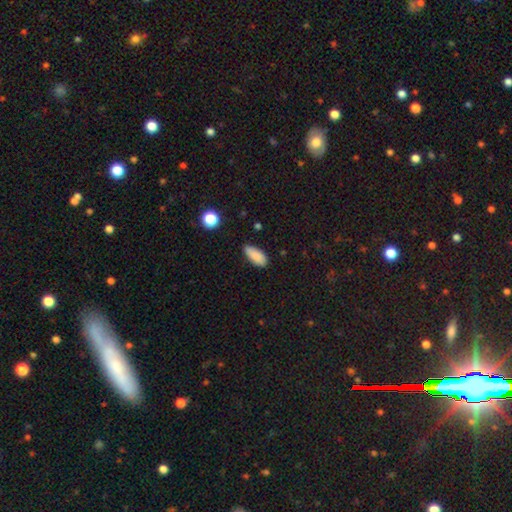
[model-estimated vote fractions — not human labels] A smooth galaxy with no disk features (87%) that is in between round and cigar-shaped (85%).

Vote fractions:
- Smooth or featured? smooth: 87% / star or artifact: 8% / featured or disk: 5%
- How rounded? in between: 85% / cigar-shaped: 13% / round: 2%
- Merging? none: 76% / minor disturbance: 19% / major disturbance: 3% / merger: 2%